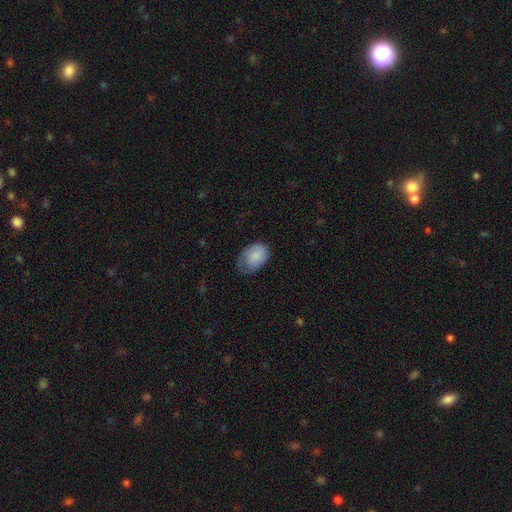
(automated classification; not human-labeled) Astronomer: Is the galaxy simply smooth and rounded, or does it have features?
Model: smooth — 82%.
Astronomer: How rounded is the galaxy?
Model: in between — 84%.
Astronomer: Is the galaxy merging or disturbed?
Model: none — 47% (runner-up: minor disturbance, 37%).